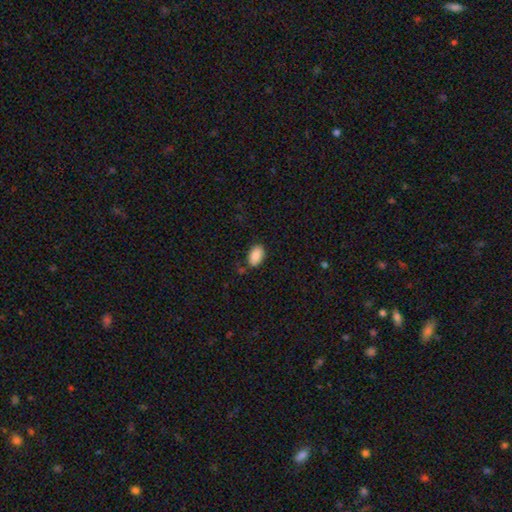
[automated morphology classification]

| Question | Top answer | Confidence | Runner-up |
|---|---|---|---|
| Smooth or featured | smooth | 89% | star or artifact (7%) |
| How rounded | in between | 92% | round (7%) |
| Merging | none | 79% | minor disturbance (15%) |